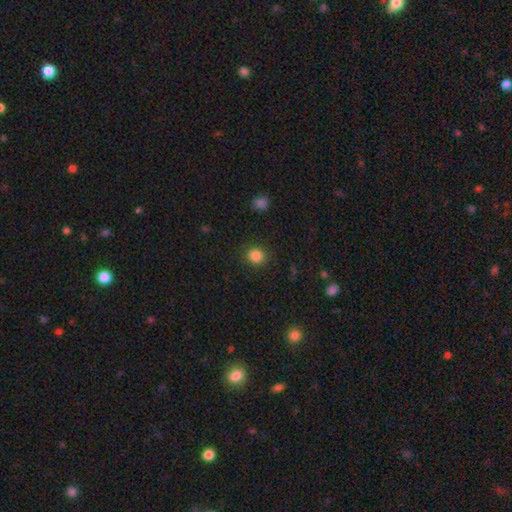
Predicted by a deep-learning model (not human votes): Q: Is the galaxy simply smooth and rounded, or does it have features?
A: smooth — 85%.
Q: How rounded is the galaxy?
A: round — 84%.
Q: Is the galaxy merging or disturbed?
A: none — 89%.